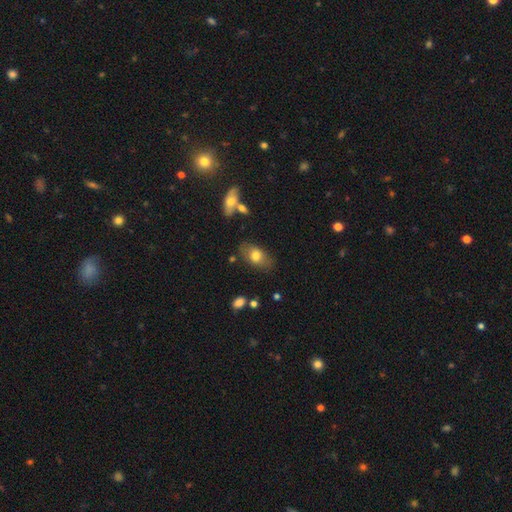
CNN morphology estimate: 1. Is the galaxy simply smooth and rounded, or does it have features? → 75% smooth, 18% featured or disk, 7% star or artifact.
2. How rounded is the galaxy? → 88% in between, 10% round, 2% cigar-shaped.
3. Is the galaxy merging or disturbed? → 72% none, 18% minor disturbance, 5% major disturbance, 5% merger.